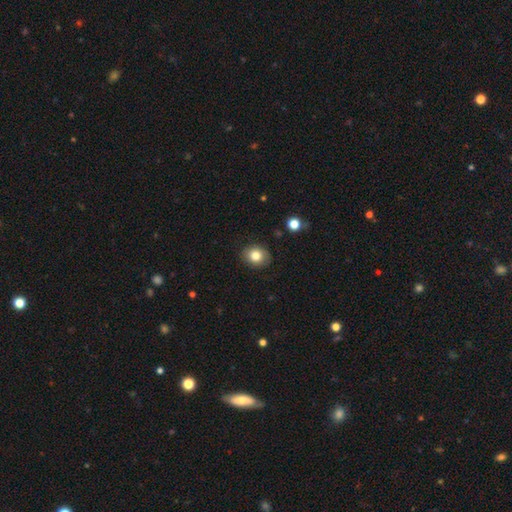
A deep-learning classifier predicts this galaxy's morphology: smooth 82%, star or artifact 9%, featured or disk 9%. Down the decision tree: how rounded — round (62%); merging — none (85%).